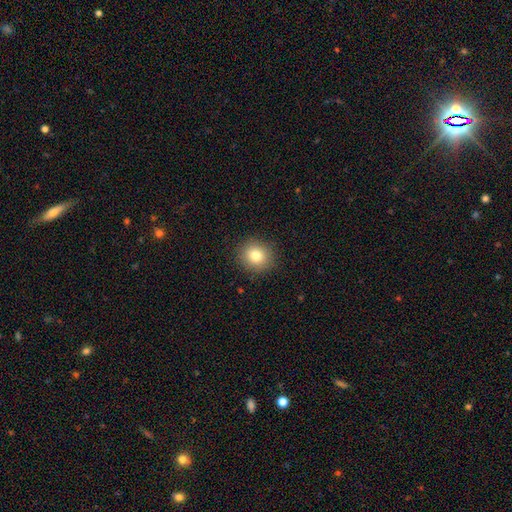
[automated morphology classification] This appears to be a smooth galaxy with no disk features (80%) that is round (84%). Merging: none (90%).